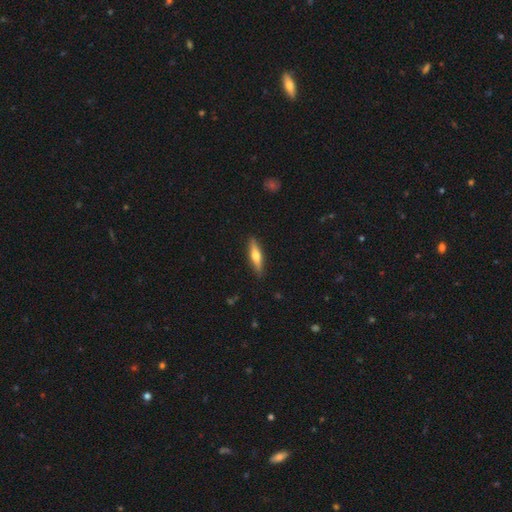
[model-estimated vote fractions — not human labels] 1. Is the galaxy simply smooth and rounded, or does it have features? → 49% featured or disk, 46% smooth, 6% star or artifact.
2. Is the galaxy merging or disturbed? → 90% none, 8% minor disturbance, 2% major disturbance, 1% merger.